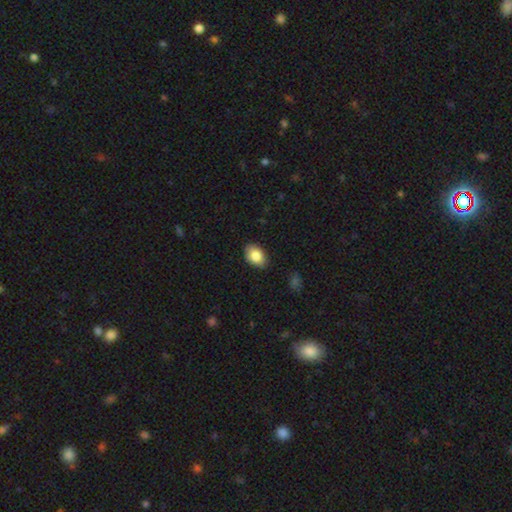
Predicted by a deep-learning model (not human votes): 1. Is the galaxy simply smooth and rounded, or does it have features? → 84% smooth, 9% featured or disk, 7% star or artifact.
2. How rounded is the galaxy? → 87% in between, 12% round, 1% cigar-shaped.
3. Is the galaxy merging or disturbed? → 85% none, 12% minor disturbance, 2% major disturbance, 1% merger.